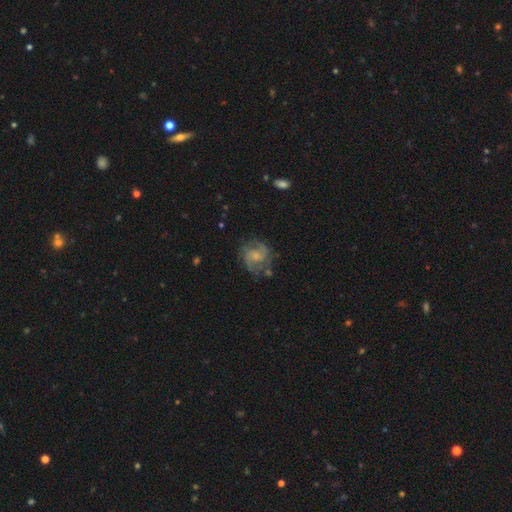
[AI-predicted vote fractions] smooth-or-featured: featured or disk: 74% | smooth: 19% | star or artifact: 7%
  disk-edge-on: no: 98% | yes: 2%
    bar: no: 56% | weak: 38% | strong: 6%
    has-spiral-arms: yes: 91% | no: 9%
      spiral-winding: medium: 51% | tight: 27% | loose: 22%
      spiral-arm-count: 2: 68% | can't tell: 14% | 3: 11% | 1: 3% | 4: 3% | more than 4: 2%
    bulge-size: small: 56% | moderate: 27% | none: 13% | large: 3% | dominant: 1%
  merging: none: 67% | minor disturbance: 19% | major disturbance: 10% | merger: 3%